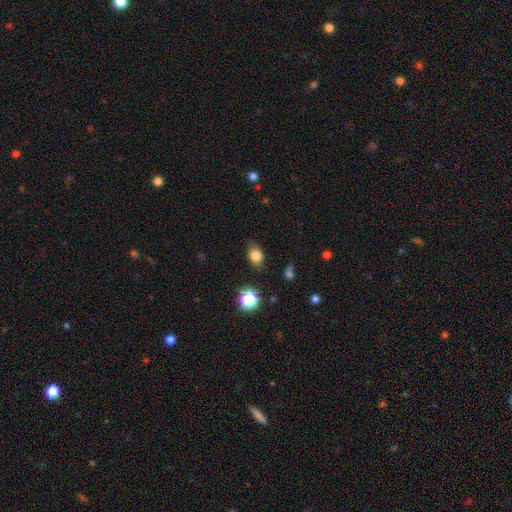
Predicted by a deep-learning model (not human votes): smooth-or-featured: smooth: 80% | star or artifact: 12% | featured or disk: 8%
  how-rounded: in between: 65% | round: 34% | cigar-shaped: 2%
  merging: none: 74% | minor disturbance: 19% | major disturbance: 5% | merger: 2%